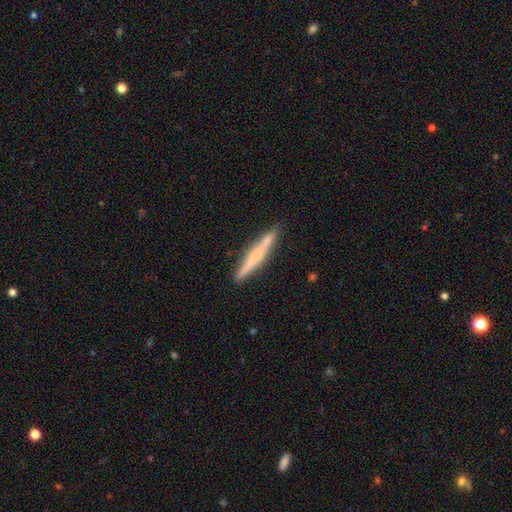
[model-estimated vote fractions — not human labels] The model was most divided on "smooth or featured": smooth: 48%, featured or disk: 45%, star or artifact: 6%. More confident: merging — none (86%).